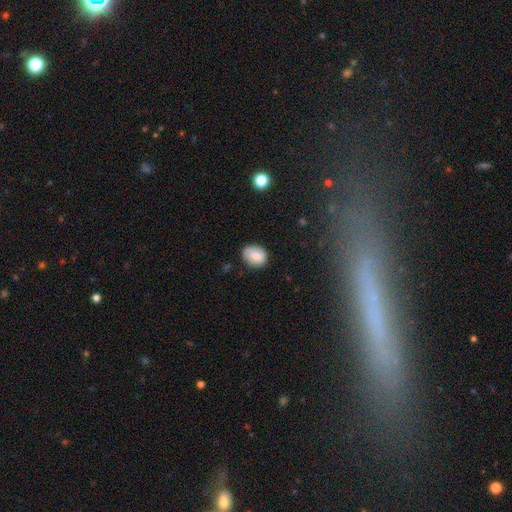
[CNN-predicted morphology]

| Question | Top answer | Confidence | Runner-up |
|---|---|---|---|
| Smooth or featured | smooth | 84% | featured or disk (8%) |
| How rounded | in between | 55% | round (44%) |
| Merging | none | 75% | minor disturbance (20%) |